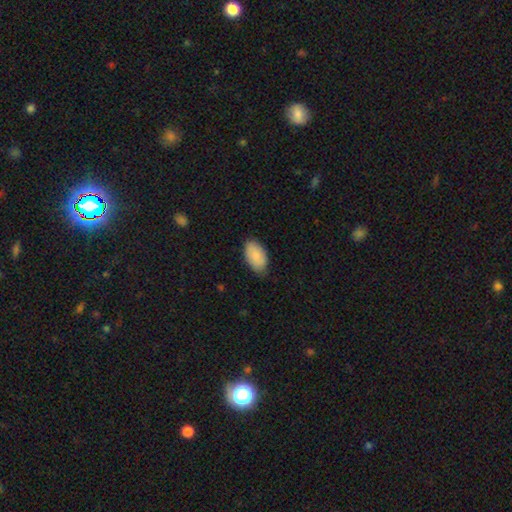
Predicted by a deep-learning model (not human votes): Overall: smooth (85%). How rounded: in between (95%). Merging: none (79%).